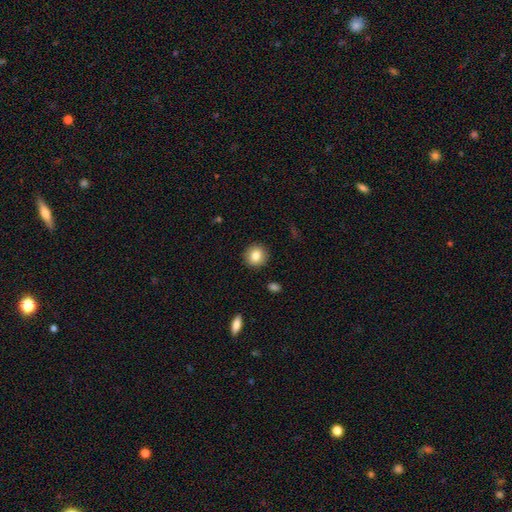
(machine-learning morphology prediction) The model was most divided on "smooth or featured": smooth: 84%, star or artifact: 8%, featured or disk: 8%. More confident: merging — none (91%); how rounded — round (91%).